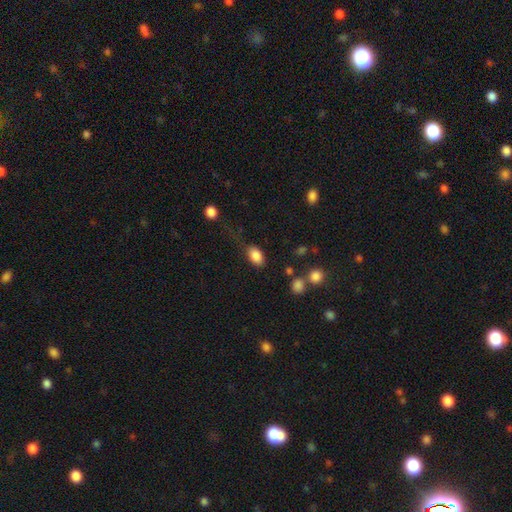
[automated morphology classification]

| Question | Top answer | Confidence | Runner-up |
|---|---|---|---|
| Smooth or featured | smooth | 86% | star or artifact (8%) |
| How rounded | in between | 88% | round (10%) |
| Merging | none | 66% | minor disturbance (21%) |